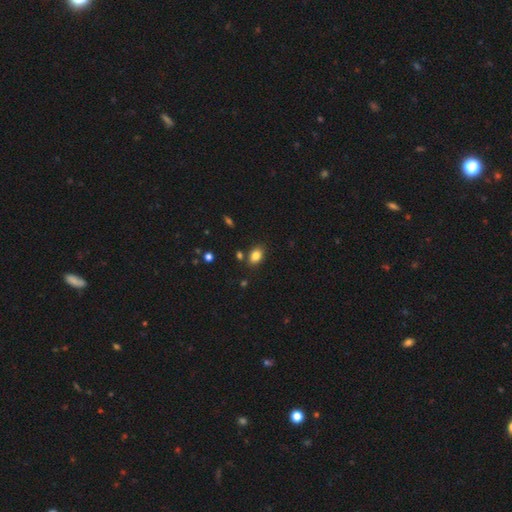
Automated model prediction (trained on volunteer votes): smooth-or-featured: smooth: 83% | star or artifact: 10% | featured or disk: 7%
  how-rounded: in between: 78% | round: 20% | cigar-shaped: 1%
  merging: none: 82% | minor disturbance: 11% | merger: 5% | major disturbance: 3%